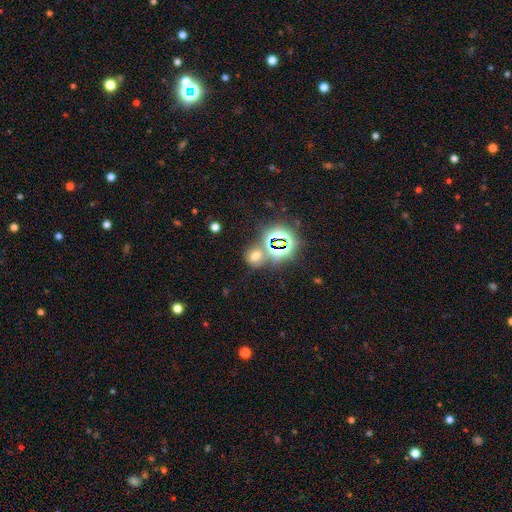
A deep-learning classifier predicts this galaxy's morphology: Q: Smooth or featured?
A: smooth (47%); runner-up: star or artifact (43%)
Q: Merging?
A: none (65%); runner-up: merger (17%)